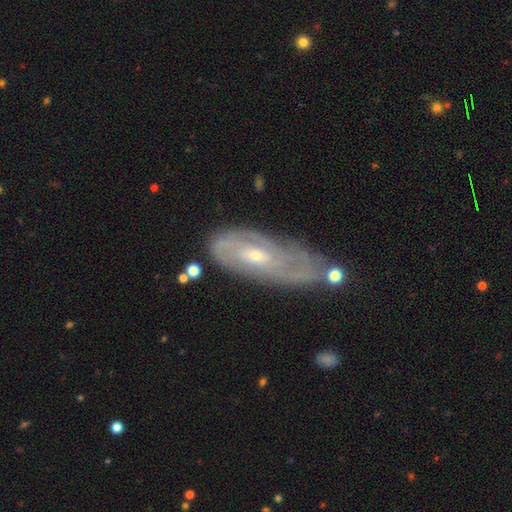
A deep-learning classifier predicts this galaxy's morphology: This appears to be a featured or disk galaxy (73%) with no bar (54%), spiral arms (80%) and a small central bulge (49%). Merging: none (65%).